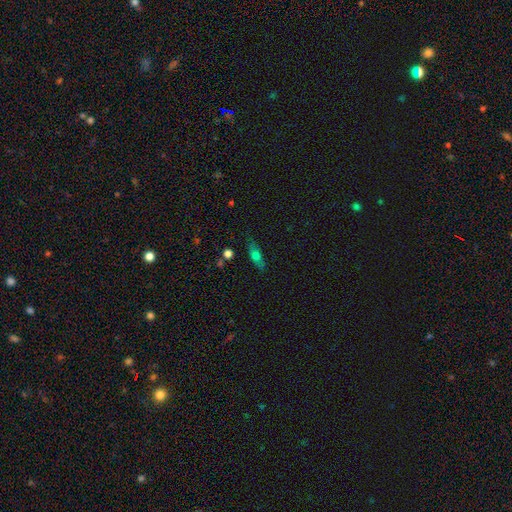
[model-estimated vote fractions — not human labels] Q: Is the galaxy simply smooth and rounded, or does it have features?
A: smooth — 57%.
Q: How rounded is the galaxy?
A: in between — 51%.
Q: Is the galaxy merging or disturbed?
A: none — 80%.